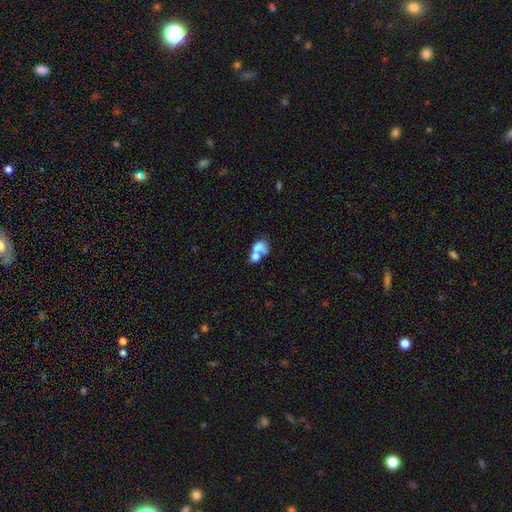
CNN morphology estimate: Smooth or featured? Predicted: smooth (p=0.69). How rounded? Predicted: in between (p=0.62). Merging? Predicted: merger (p=0.69).